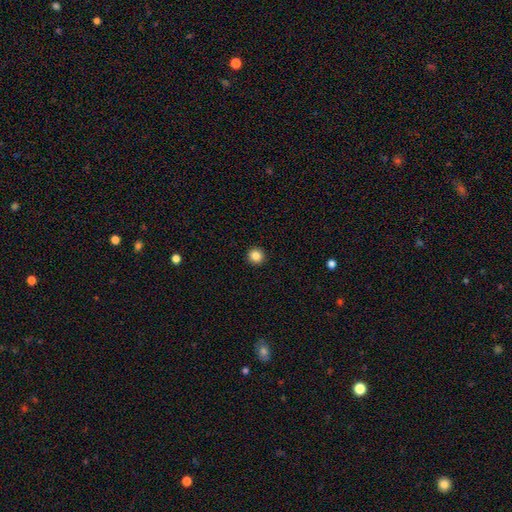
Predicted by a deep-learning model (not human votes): A smooth galaxy with no disk features (85%) that is round (95%).

Vote fractions:
- Smooth or featured? smooth: 85% / star or artifact: 10% / featured or disk: 4%
- How rounded? round: 95% / in between: 4% / cigar-shaped: 1%
- Merging? none: 93% / minor disturbance: 4% / major disturbance: 2% / merger: 1%